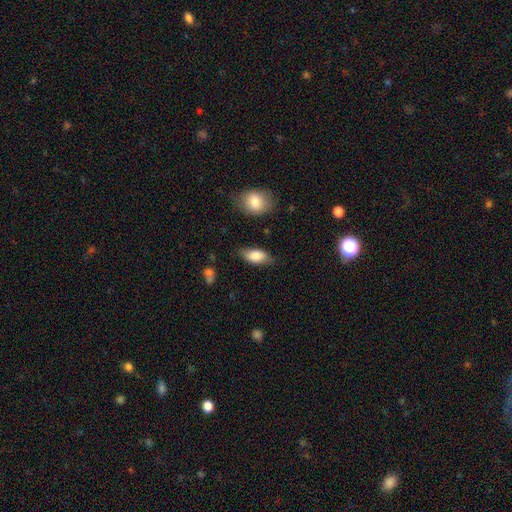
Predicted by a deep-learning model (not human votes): Smooth or featured?
  - smooth: 79% *
  - featured or disk: 14%
  - star or artifact: 7%
How rounded?
  - in between: 88% *
  - cigar-shaped: 8%
  - round: 4%
Merging?
  - none: 77% *
  - minor disturbance: 17%
  - major disturbance: 4%
  - merger: 2%